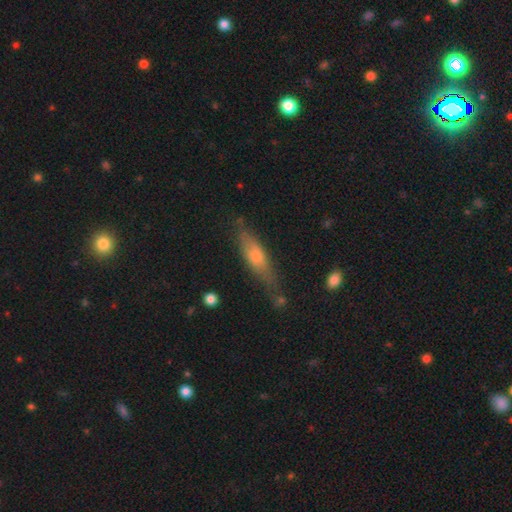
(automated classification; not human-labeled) Smooth or featured: smooth — 48% (featured or disk — 44%)
Merging: none — 72% (minor disturbance — 19%)